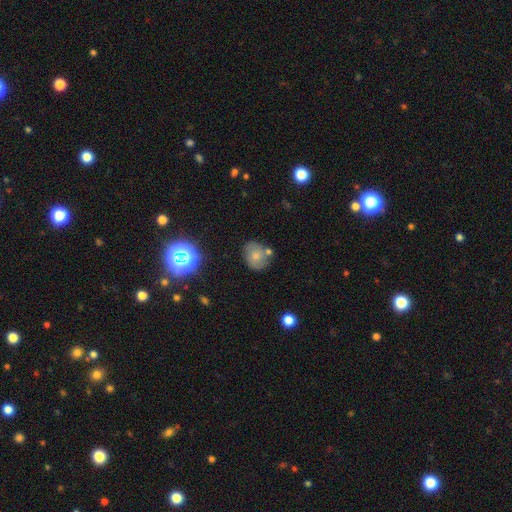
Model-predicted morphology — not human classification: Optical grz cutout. It shows a smooth galaxy with no disk features (62%) that is round (58%). Merging: none (62%).